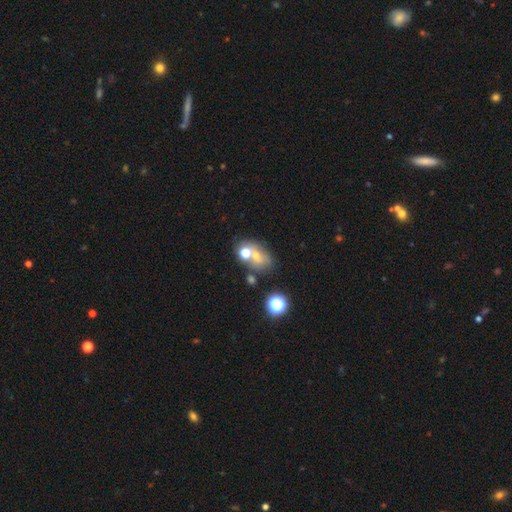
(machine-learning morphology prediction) smooth-or-featured: smooth: 58% | featured or disk: 23% | star or artifact: 19%
  how-rounded: in between: 57% | round: 42% | cigar-shaped: 1%
  merging: none: 42% | merger: 37% | minor disturbance: 13% | major disturbance: 8%